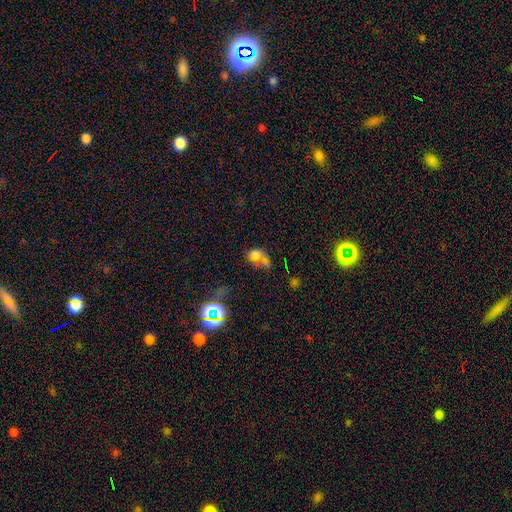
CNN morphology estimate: smooth_or_featured: smooth (p=0.58) [alt: featured or disk p=0.24]
how_rounded: in between (p=0.70) [alt: round p=0.28]
merging: merger (p=0.41) [alt: major disturbance p=0.22]